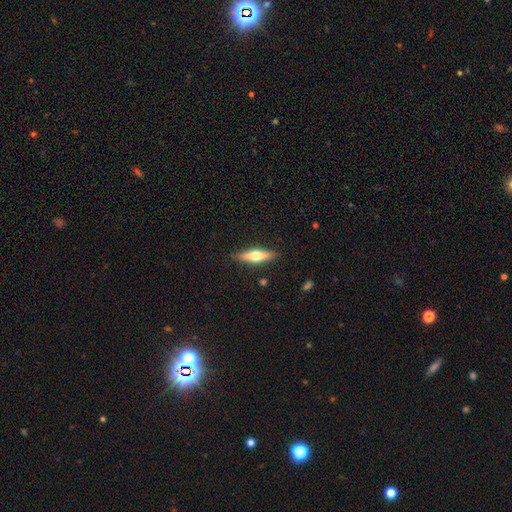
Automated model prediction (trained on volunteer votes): Q: Smooth or featured?
A: featured or disk (56%); runner-up: smooth (39%)
Q: Edge-on disk?
A: yes (94%); runner-up: no (6%)
Q: Edge-on bulge?
A: rounded (94%); runner-up: boxy (3%)
Q: Merging?
A: none (89%); runner-up: minor disturbance (8%)